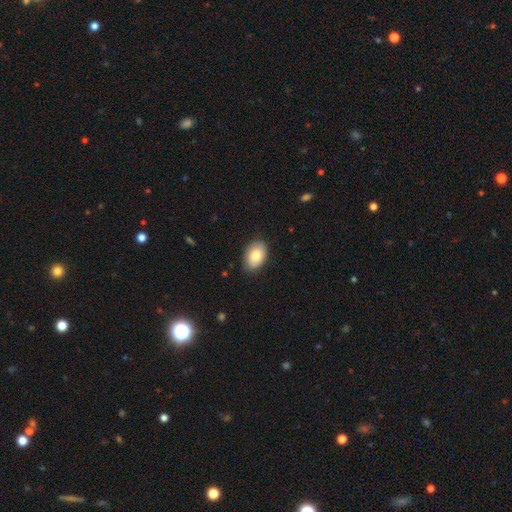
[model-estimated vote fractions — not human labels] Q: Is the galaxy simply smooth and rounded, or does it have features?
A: smooth — 81%.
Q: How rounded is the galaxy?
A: in between — 88%.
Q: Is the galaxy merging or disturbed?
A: none — 83%.